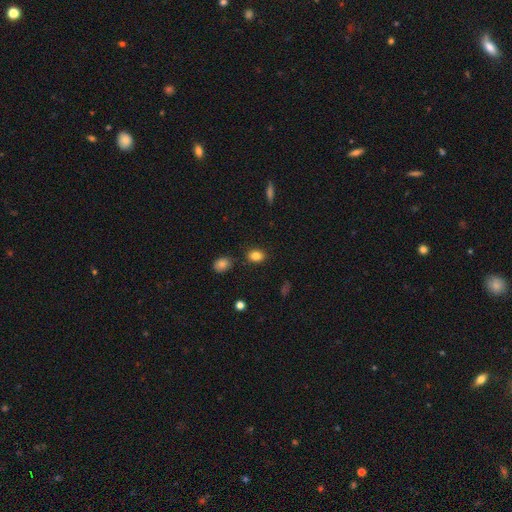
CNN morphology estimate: This is clearly a smooth galaxy (84%). How rounded: likely in between (69%). Merging: clearly none (83%).